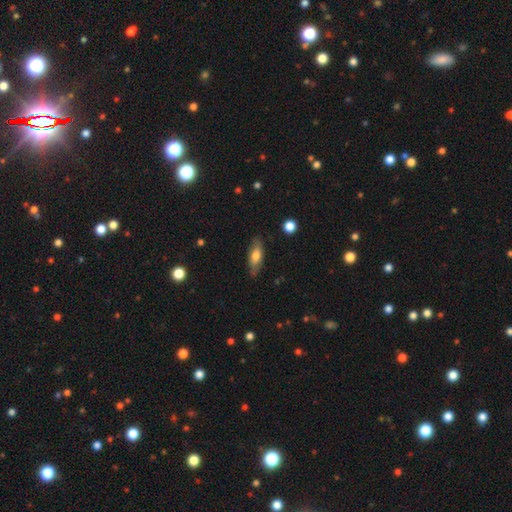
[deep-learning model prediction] Smooth or featured? Predicted: smooth (p=0.65). How rounded? Predicted: in between (p=0.72). Merging? Predicted: none (p=0.80).